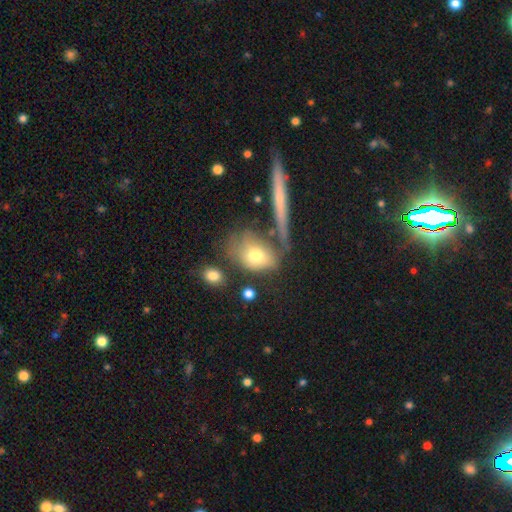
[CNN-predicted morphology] This is likely a smooth galaxy (66%). How rounded: likely in between (60%). Merging: possibly none (48%).